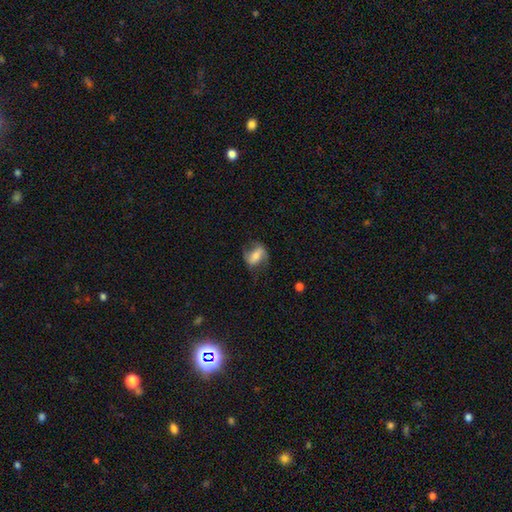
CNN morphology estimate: featured or disk 51%, smooth 42%, star or artifact 8%. Down the decision tree: edge-on disk — no (93%); merging — none (63%).